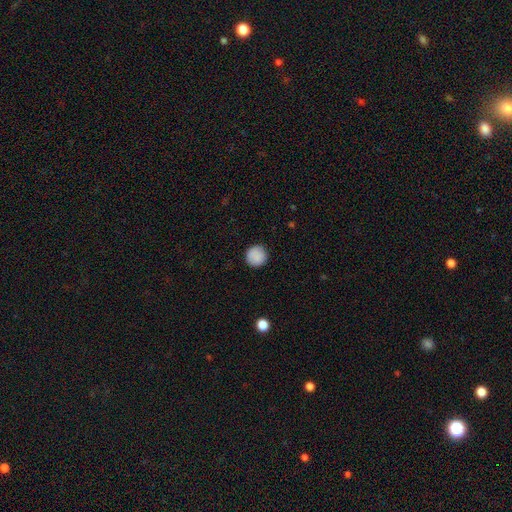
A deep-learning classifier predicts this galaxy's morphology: A smooth galaxy with no disk features (88%) that is round (94%). Merging: none (89%).